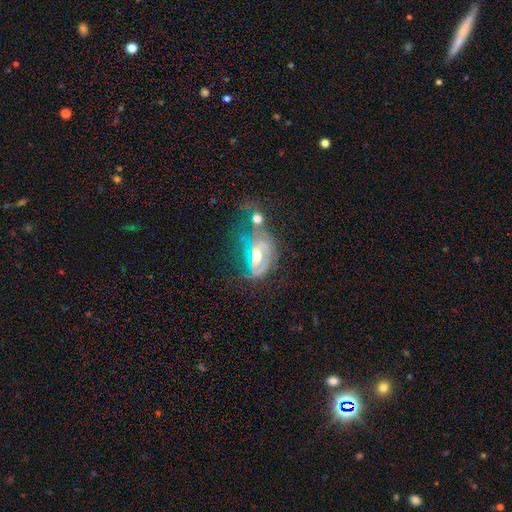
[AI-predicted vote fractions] smooth_or_featured: featured or disk (p=0.69) [alt: smooth p=0.19]
disk_edge_on: no (p=0.92) [alt: yes p=0.08]
bar: no (p=0.51) [alt: weak p=0.32]
has_spiral_arms: yes (p=0.65) [alt: no p=0.35]
bulge_size: moderate (p=0.74) [alt: small p=0.13]
merging: none (p=0.30) [alt: major disturbance p=0.26]